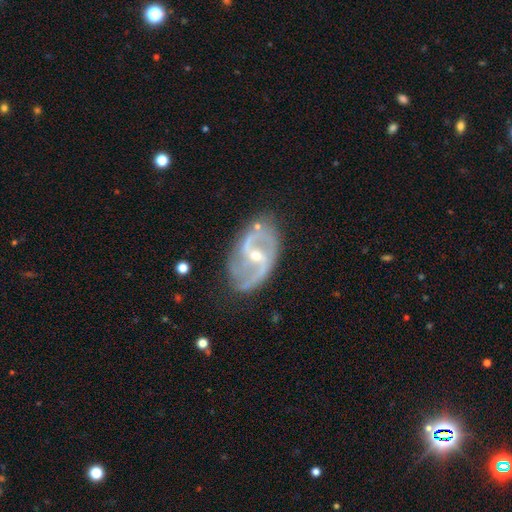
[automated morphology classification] smooth_or_featured: featured or disk (p=0.90) [alt: star or artifact p=0.05]
disk_edge_on: no (p=0.97) [alt: yes p=0.03]
bar: weak (p=0.45) [alt: strong p=0.31]
has_spiral_arms: yes (p=0.96) [alt: no p=0.04]
spiral_winding: medium (p=0.49) [alt: loose p=0.35]
spiral_arm_count: 2 (p=0.90) [alt: can't tell p=0.04]
bulge_size: small (p=0.56) [alt: moderate p=0.41]
merging: none (p=0.72) [alt: minor disturbance p=0.18]